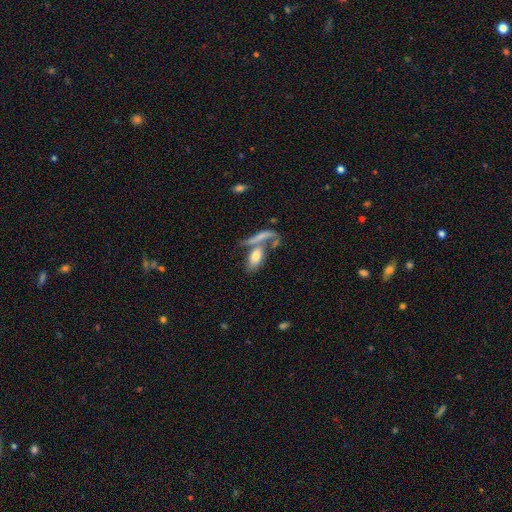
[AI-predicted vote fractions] Smooth or featured?
  - smooth: 70% *
  - featured or disk: 23%
  - star or artifact: 8%
How rounded?
  - in between: 82% *
  - cigar-shaped: 14%
  - round: 4%
Merging?
  - merger: 48% *
  - none: 31%
  - major disturbance: 11%
  - minor disturbance: 10%